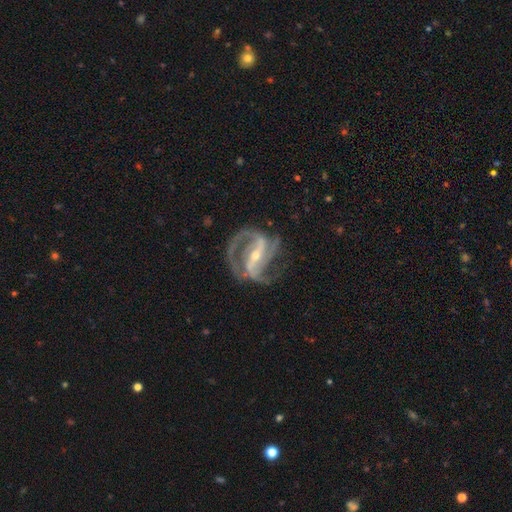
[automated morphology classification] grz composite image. It shows a featured or disk galaxy (92%) with a strong bar (69%), 2 (53%) medium (56%) spiral arms (97%) and a small central bulge (63%). Merging: none (62%).